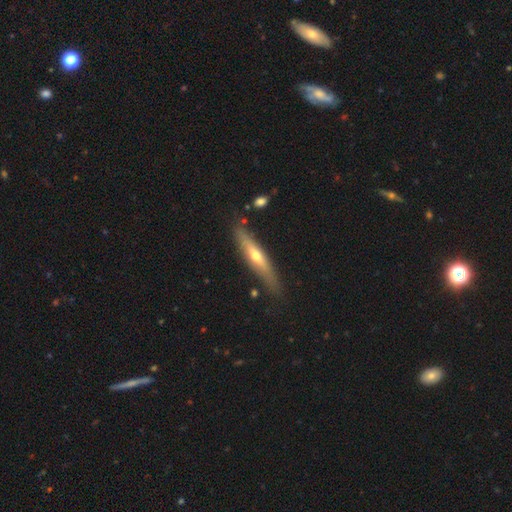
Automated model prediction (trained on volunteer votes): Smooth or featured: featured or disk — 57% (smooth — 38%)
Edge-on disk: yes — 87% (no — 13%)
Merging: none — 82% (minor disturbance — 12%)